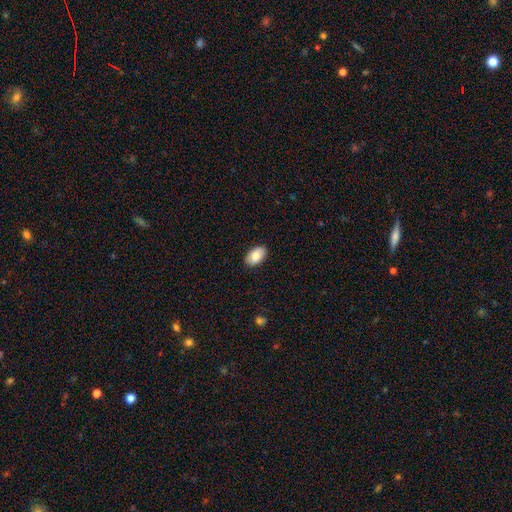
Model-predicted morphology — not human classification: Smooth or featured? Predicted: smooth (p=0.84). How rounded? Predicted: in between (p=0.94). Merging? Predicted: none (p=0.89).